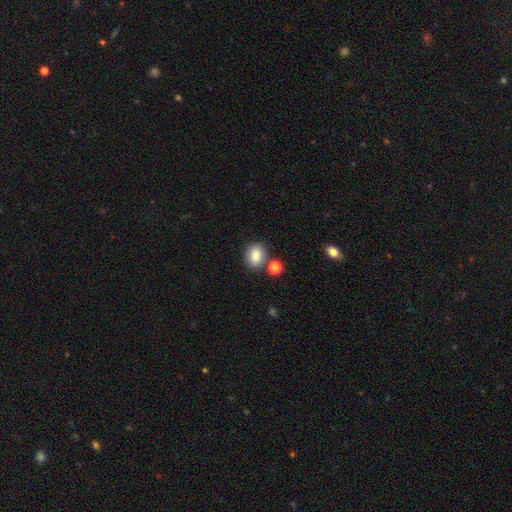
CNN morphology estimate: Smooth or featured? Predicted: smooth (p=0.85). How rounded? Predicted: in between (p=0.57). Merging? Predicted: none (p=0.74).